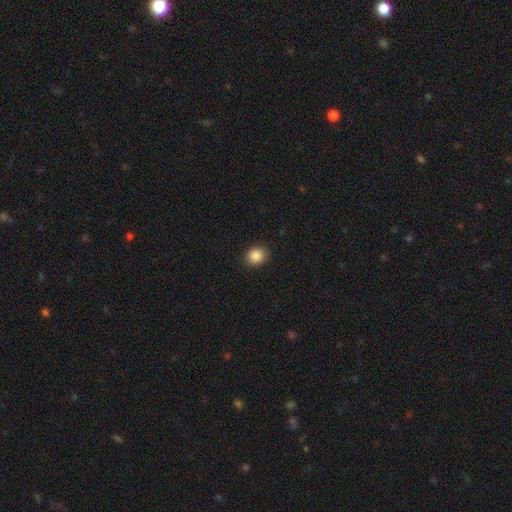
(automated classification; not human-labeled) Smooth or featured: smooth — 87% (star or artifact — 9%)
How rounded: round — 69% (in between — 30%)
Merging: none — 90% (minor disturbance — 7%)